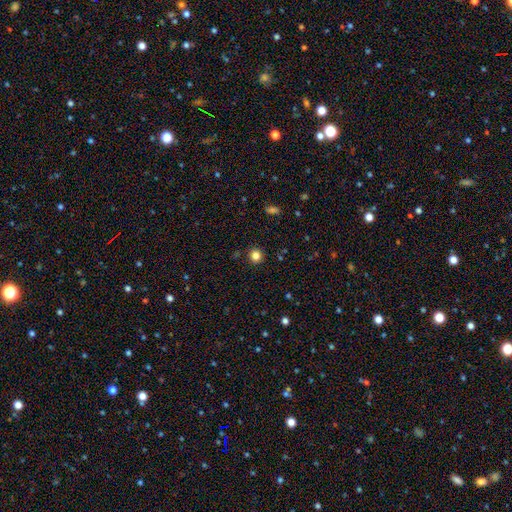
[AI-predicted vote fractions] smooth-or-featured: smooth: 82% | star or artifact: 13% | featured or disk: 5%
  how-rounded: round: 92% | in between: 7% | cigar-shaped: 1%
  merging: none: 90% | minor disturbance: 6% | major disturbance: 2% | merger: 2%